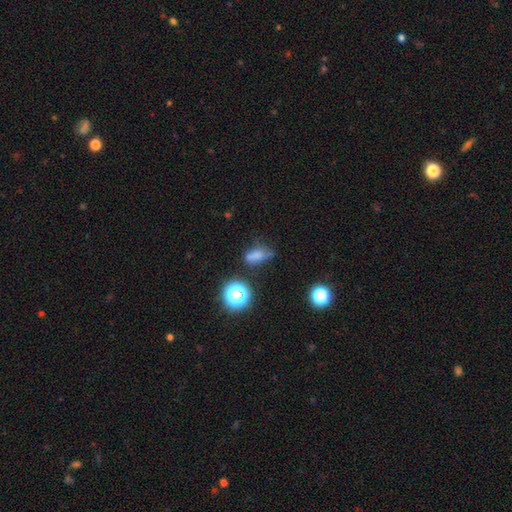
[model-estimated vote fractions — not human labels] Smooth or featured: smooth — 66% (star or artifact — 20%)
How rounded: in between — 72% (round — 17%)
Merging: none — 47% (minor disturbance — 31%)